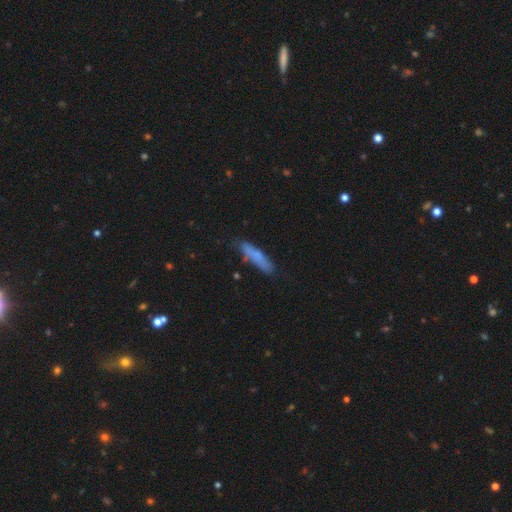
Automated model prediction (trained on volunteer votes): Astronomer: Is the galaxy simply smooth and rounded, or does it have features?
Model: smooth — 73%.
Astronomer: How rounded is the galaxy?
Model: cigar-shaped — 84%.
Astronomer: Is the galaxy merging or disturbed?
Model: none — 71%.